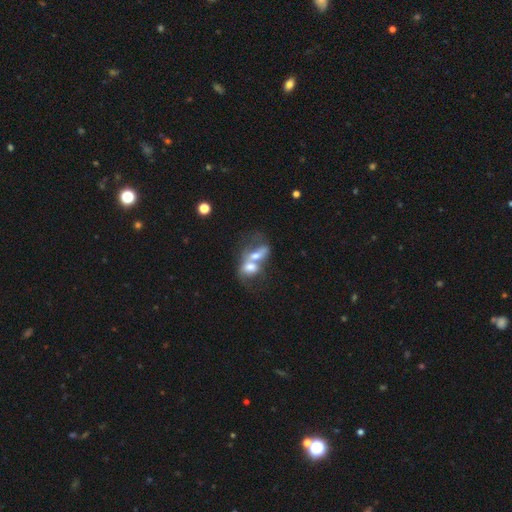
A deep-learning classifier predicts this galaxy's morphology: type=smooth (55%); roundness=in between (74%); merging=merger (80%).